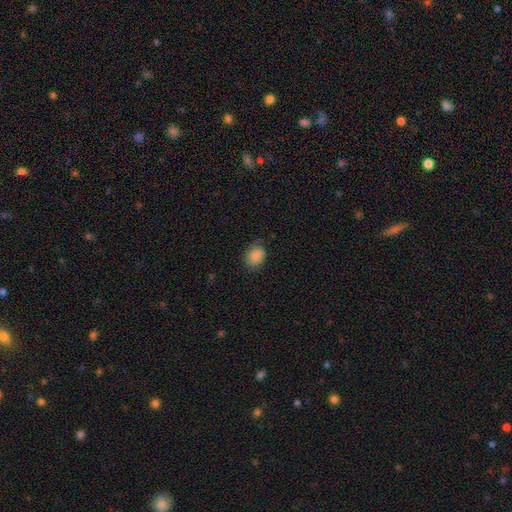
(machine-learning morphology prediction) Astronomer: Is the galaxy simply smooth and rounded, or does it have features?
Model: smooth — 86%.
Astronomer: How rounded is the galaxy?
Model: in between — 62%.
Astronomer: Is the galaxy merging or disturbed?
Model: none — 69%.